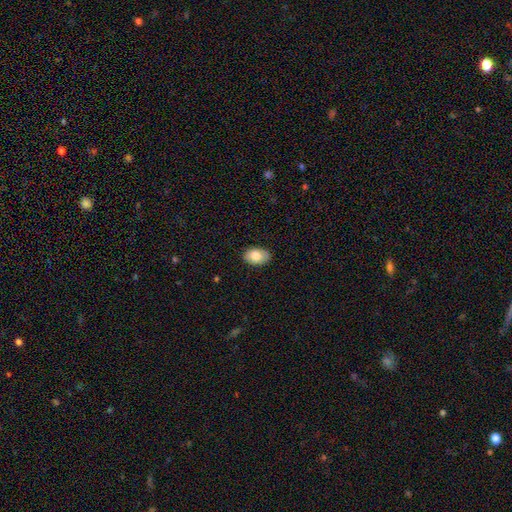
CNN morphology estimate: A smooth galaxy with no disk features (78%) that is in between round and cigar-shaped (87%). Merging: none (86%).